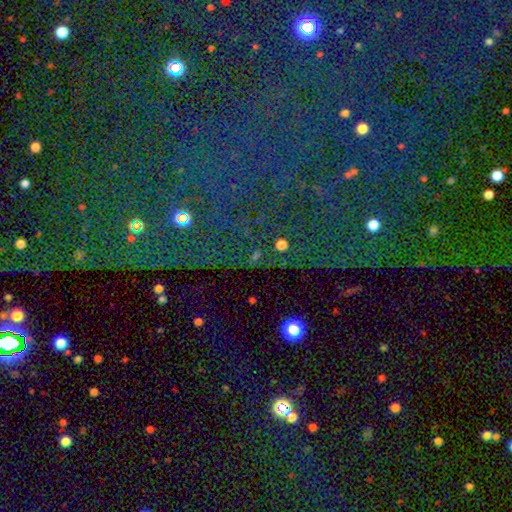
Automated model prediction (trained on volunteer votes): Morphology: type=star or artifact (75%).